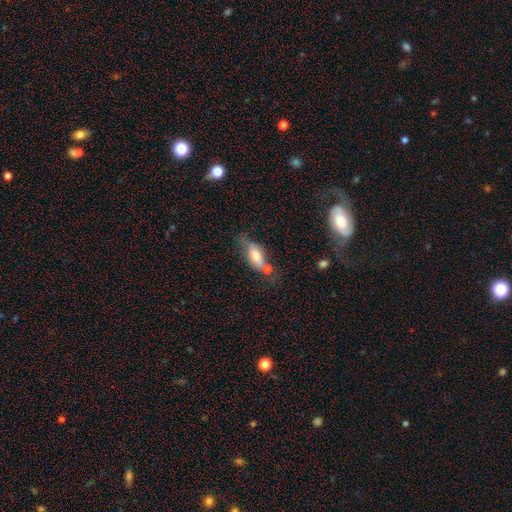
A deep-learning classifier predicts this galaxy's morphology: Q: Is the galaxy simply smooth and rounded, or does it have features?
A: smooth — 60%.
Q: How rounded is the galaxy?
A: in between — 75%.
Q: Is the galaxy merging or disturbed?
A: none — 39%.